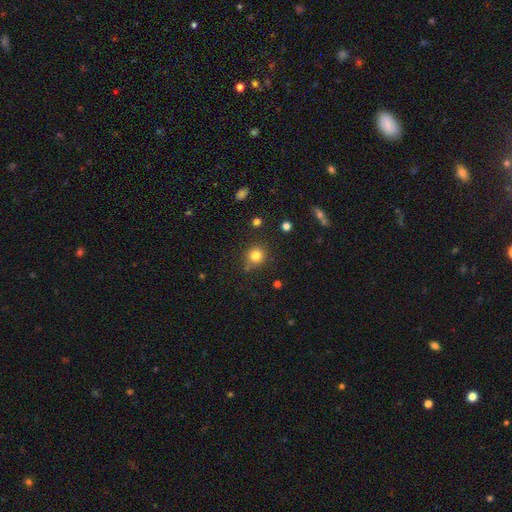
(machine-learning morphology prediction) Smooth or featured? smooth (81%)
How rounded? round (91%)
Merging? none (79%)